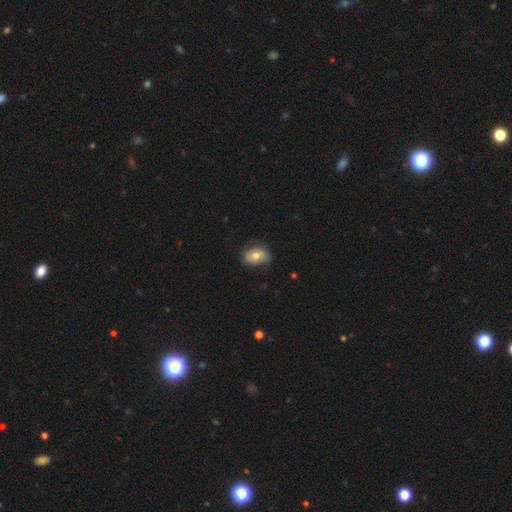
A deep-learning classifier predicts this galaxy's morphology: A smooth galaxy with no disk features (53%) that is in between round and cigar-shaped (69%). Merging: none (59%).